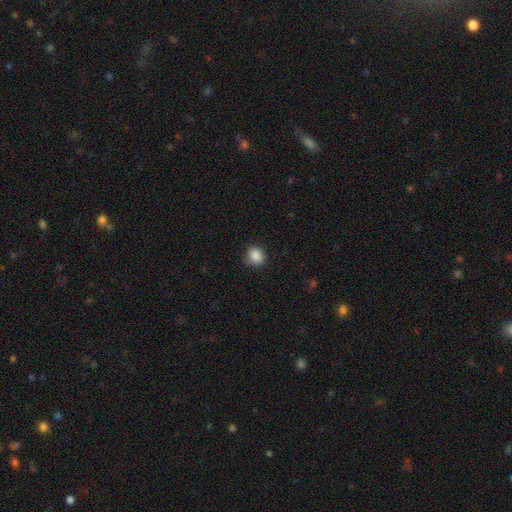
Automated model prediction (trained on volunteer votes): Overall: smooth (88%). How rounded: round (71%). Merging: none (82%).